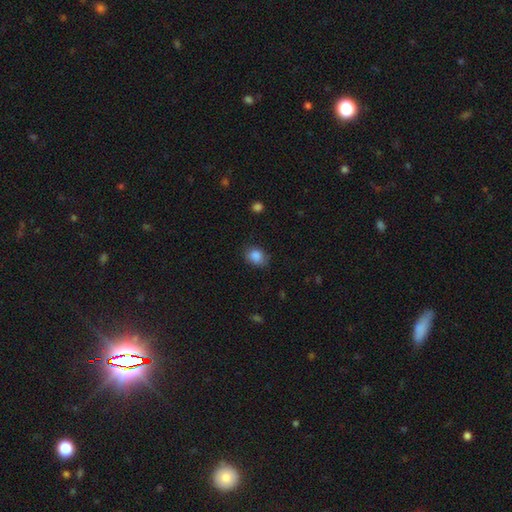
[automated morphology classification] A smooth galaxy with no disk features (87%) that is in between round and cigar-shaped (59%). Merging: none (75%).